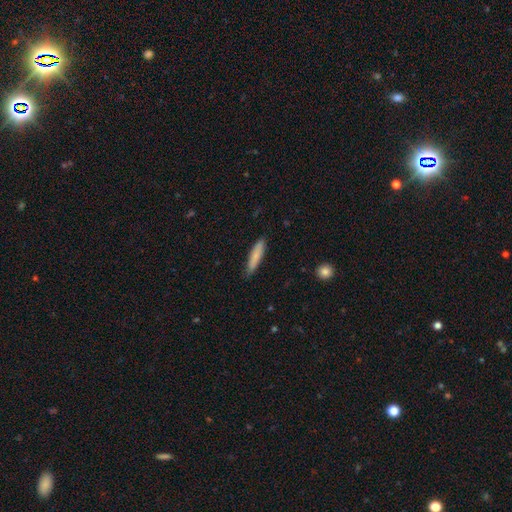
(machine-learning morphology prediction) Smooth or featured? smooth (80%)
How rounded? cigar-shaped (85%)
Merging? none (86%)